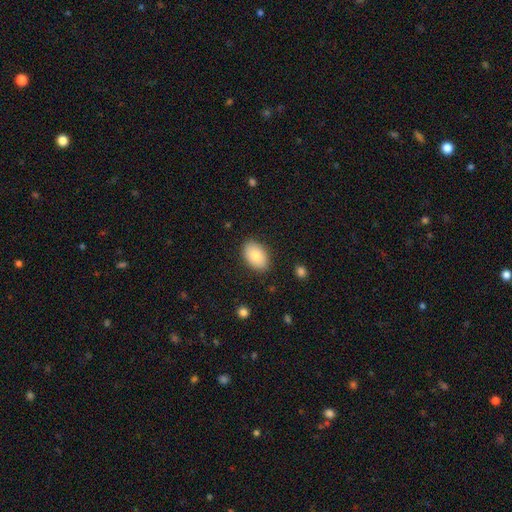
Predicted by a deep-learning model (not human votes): smooth 83%, featured or disk 10%, star or artifact 7%. Down the decision tree: how rounded — in between (89%); merging — none (86%).